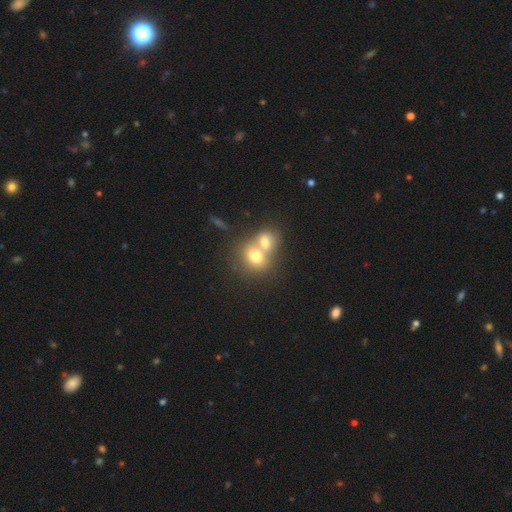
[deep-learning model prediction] smooth 70%, featured or disk 19%, star or artifact 11%. Down the decision tree: how rounded — round (62%); merging — merger (66%).